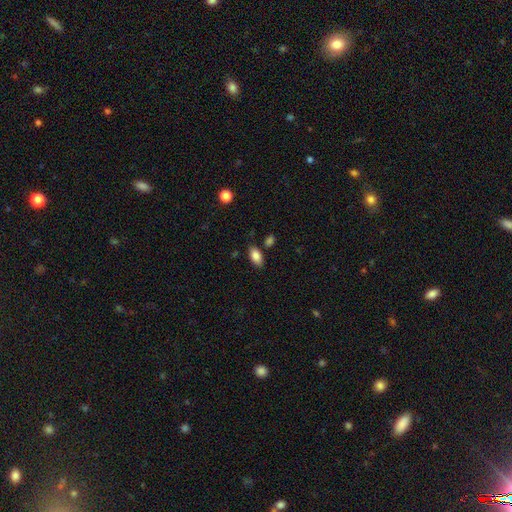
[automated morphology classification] type=smooth (85%); roundness=in between (92%); merging=none (81%).